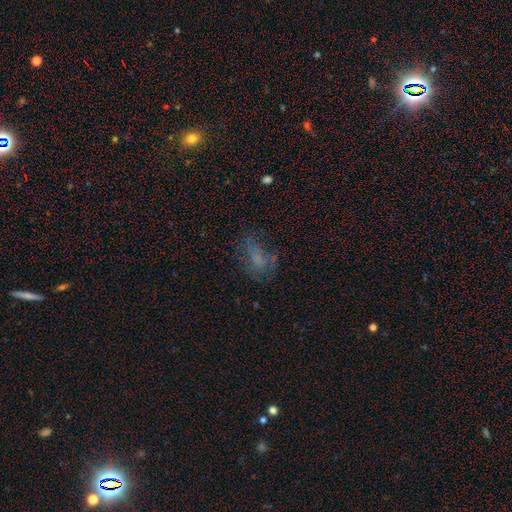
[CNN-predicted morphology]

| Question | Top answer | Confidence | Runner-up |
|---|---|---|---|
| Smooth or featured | smooth | 39% | featured or disk (32%) |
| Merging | none | 53% | minor disturbance (22%) |